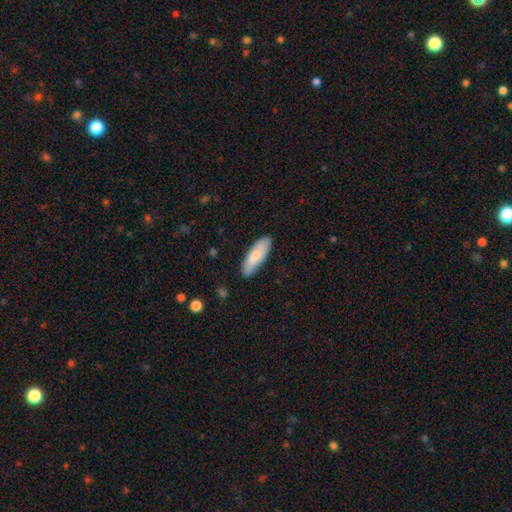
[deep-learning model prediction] The model was most divided on "how rounded": in between: 56%, cigar-shaped: 43%, round: 2%. More confident: merging — none (86%); smooth or featured — smooth (82%).